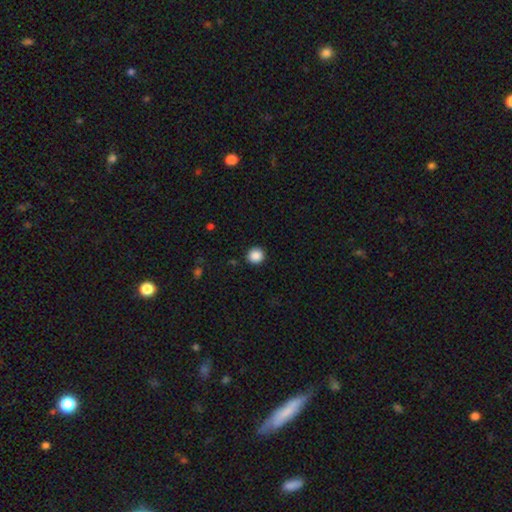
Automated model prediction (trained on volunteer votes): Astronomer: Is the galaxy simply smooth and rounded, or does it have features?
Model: smooth — 88%.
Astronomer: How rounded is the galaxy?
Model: round — 92%.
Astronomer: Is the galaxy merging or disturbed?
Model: none — 91%.